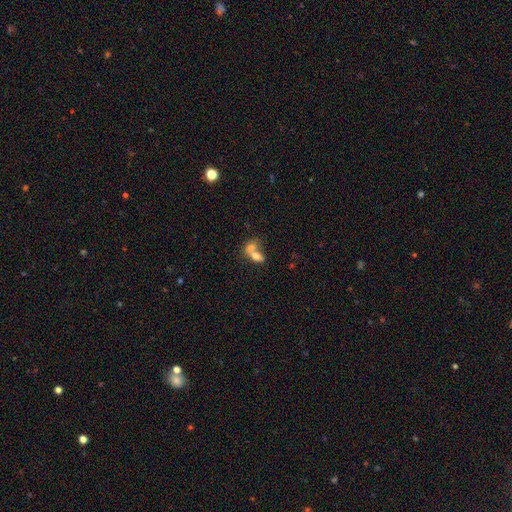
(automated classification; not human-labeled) This is likely a smooth galaxy (69%). How rounded: likely in between (75%). Merging: likely merger (73%).